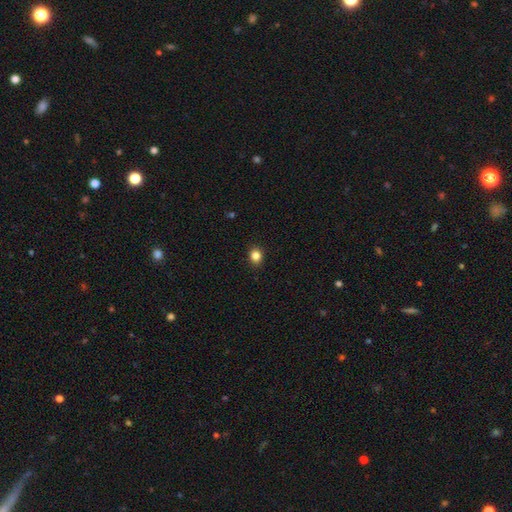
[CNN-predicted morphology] This is clearly a smooth galaxy (84%). How rounded: likely round (66%). Merging: clearly none (91%).